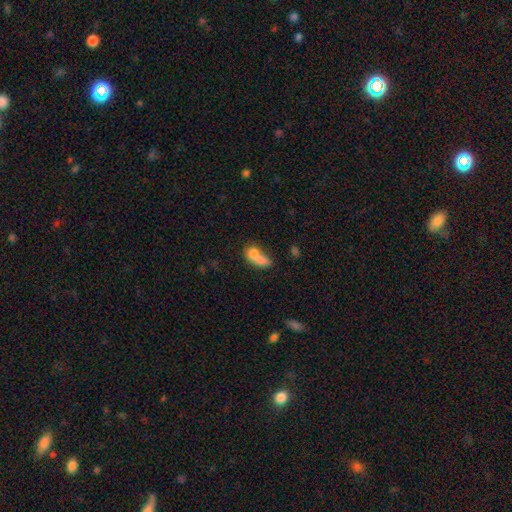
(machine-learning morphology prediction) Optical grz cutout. It shows a smooth galaxy with no disk features (73%) that is in between round and cigar-shaped (70%). Merging: merger (63%).